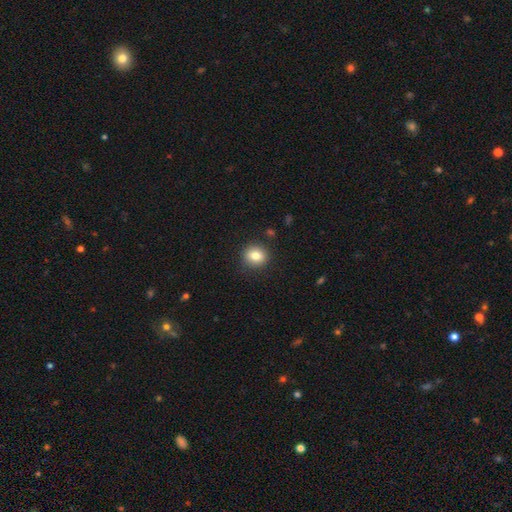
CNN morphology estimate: This is clearly a smooth galaxy (81%). How rounded: clearly round (85%). Merging: clearly none (90%).